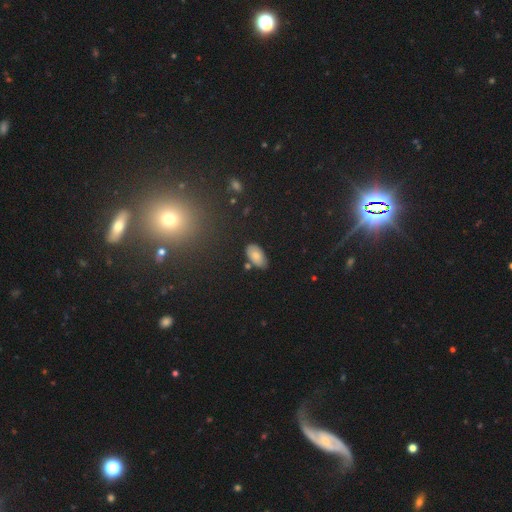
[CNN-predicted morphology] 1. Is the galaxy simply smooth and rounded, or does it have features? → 74% smooth, 14% featured or disk, 12% star or artifact.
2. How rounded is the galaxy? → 94% in between, 4% round, 2% cigar-shaped.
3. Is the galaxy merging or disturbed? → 73% none, 18% minor disturbance, 5% merger, 4% major disturbance.